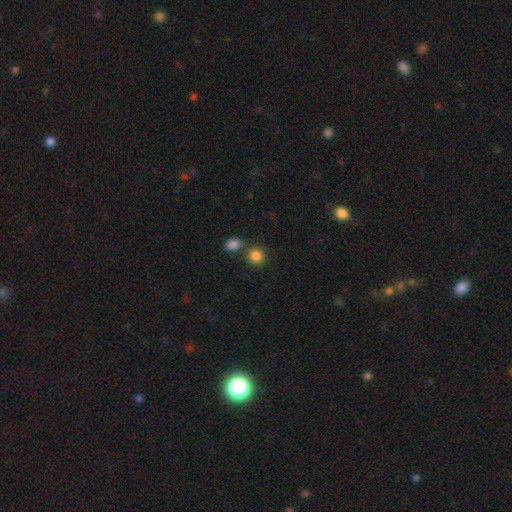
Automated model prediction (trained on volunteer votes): Morphology: type=smooth (85%); roundness=round (83%); merging=none (64%).